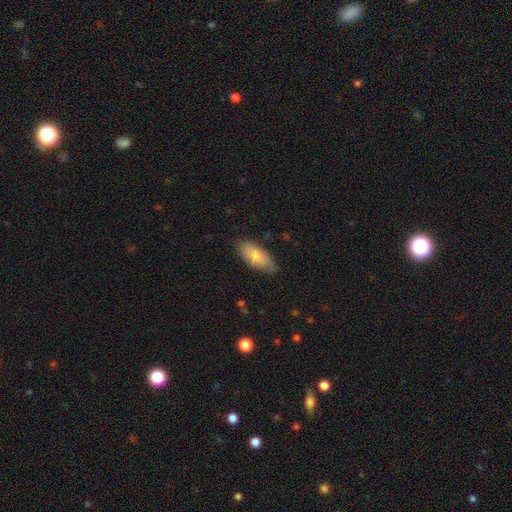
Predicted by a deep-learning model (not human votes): A smooth galaxy with no disk features (77%) that is in between round and cigar-shaped (85%). Merging: none (80%).